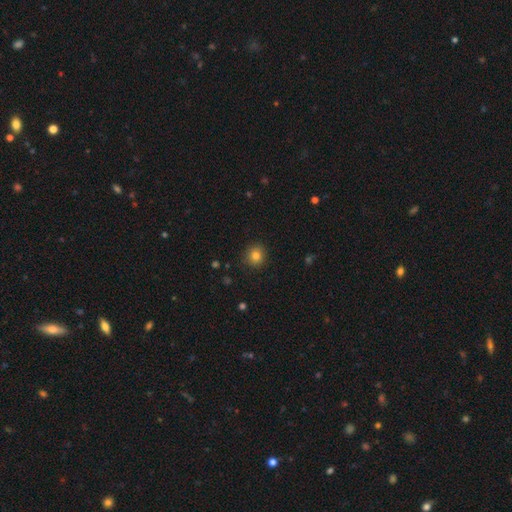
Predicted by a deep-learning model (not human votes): Smooth or featured?
  - smooth: 82% *
  - star or artifact: 12%
  - featured or disk: 7%
How rounded?
  - round: 91% *
  - in between: 8%
  - cigar-shaped: 1%
Merging?
  - none: 89% *
  - minor disturbance: 8%
  - major disturbance: 2%
  - merger: 1%